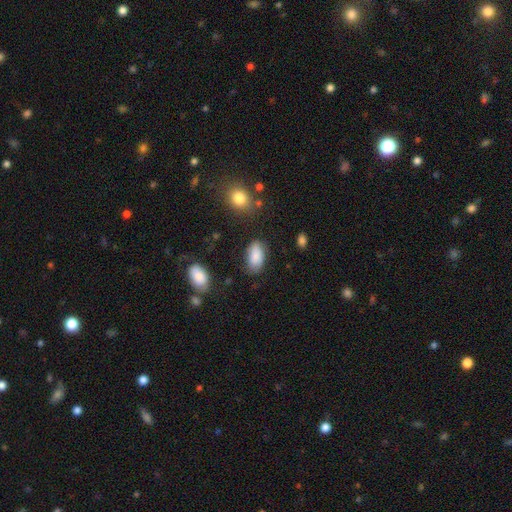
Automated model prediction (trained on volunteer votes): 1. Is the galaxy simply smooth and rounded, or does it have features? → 86% smooth, 7% star or artifact, 7% featured or disk.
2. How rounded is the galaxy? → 94% in between, 4% round, 3% cigar-shaped.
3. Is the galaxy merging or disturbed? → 75% none, 18% minor disturbance, 4% major disturbance, 3% merger.